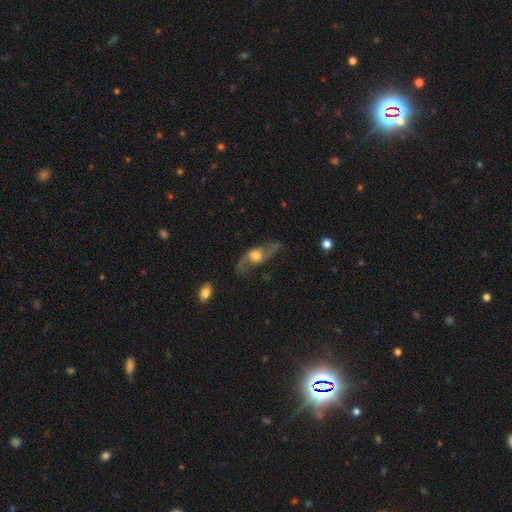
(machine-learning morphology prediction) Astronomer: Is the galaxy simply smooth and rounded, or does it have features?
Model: featured or disk — 77%.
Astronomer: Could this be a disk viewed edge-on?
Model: no — 77%.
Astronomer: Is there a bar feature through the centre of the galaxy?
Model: no — 70%.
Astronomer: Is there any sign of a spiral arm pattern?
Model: yes — 86%.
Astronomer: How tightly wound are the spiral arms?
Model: loose — 68%.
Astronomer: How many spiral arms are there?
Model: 2 — 91%.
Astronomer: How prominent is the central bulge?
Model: moderate — 56%.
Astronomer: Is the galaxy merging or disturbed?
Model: none — 72%.